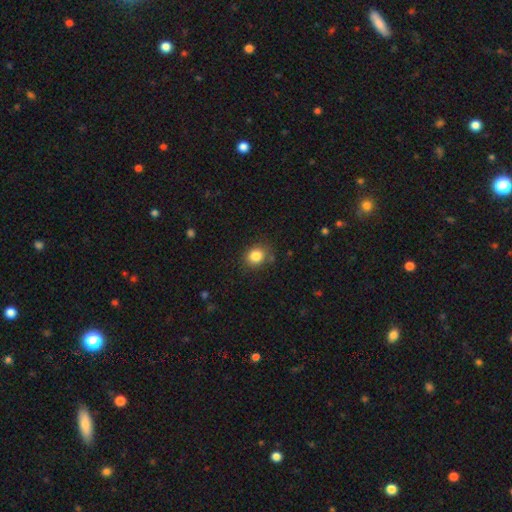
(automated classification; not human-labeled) smooth-or-featured: smooth: 84% | star or artifact: 10% | featured or disk: 6%
  how-rounded: round: 70% | in between: 29% | cigar-shaped: 1%
  merging: none: 79% | minor disturbance: 15% | major disturbance: 4% | merger: 2%